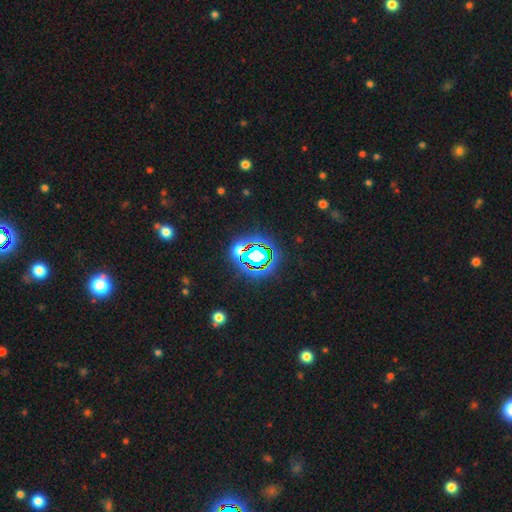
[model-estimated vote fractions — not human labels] A star or artifact, not a galaxy (70%).

Vote fractions:
- Smooth or featured? star or artifact: 70% / smooth: 16% / featured or disk: 13%